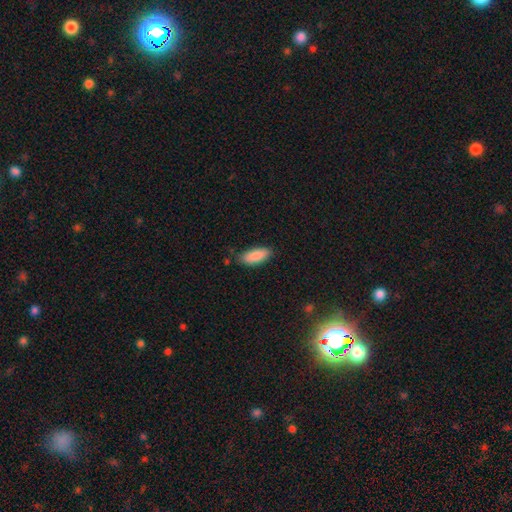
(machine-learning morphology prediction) The model was most divided on "how rounded": in between: 77%, cigar-shaped: 22%, round: 2%. More confident: smooth or featured — smooth (88%); merging — none (79%).